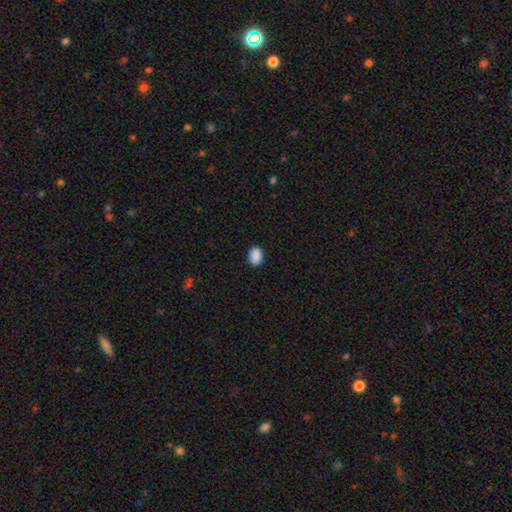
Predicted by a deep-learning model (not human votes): A smooth galaxy with no disk features (89%) that is in between round and cigar-shaped (71%). Merging: none (89%).